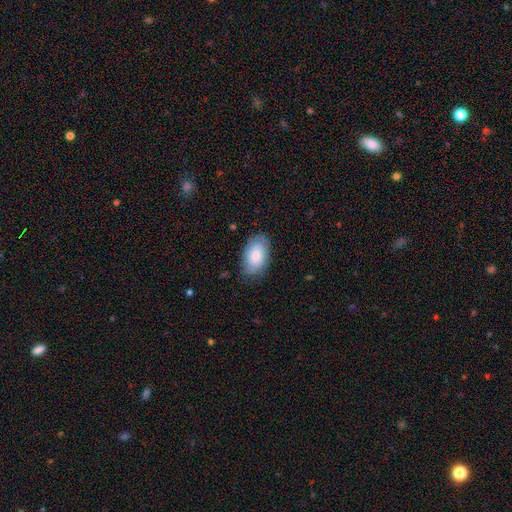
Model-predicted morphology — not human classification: type=smooth (73%); roundness=in between (93%); merging=none (76%).